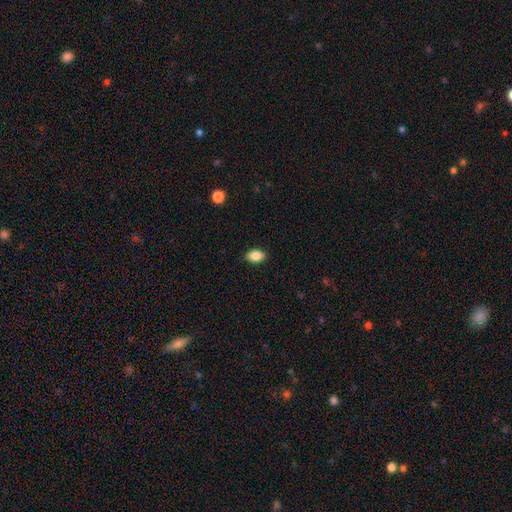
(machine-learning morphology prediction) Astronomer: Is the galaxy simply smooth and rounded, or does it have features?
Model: smooth — 86%.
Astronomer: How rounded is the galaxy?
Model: in between — 82%.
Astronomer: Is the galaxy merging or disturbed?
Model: none — 87%.